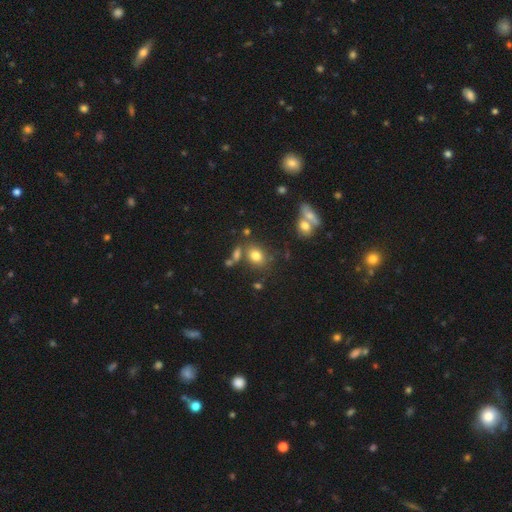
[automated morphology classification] Smooth or featured?
  - smooth: 78% *
  - star or artifact: 12%
  - featured or disk: 9%
How rounded?
  - in between: 63% *
  - round: 35%
  - cigar-shaped: 2%
Merging?
  - none: 69% *
  - merger: 14%
  - minor disturbance: 13%
  - major disturbance: 5%